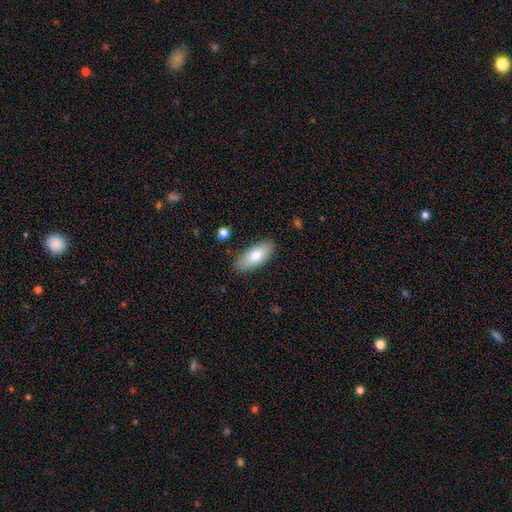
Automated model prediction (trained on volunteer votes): Smooth or featured?
  - smooth: 76% *
  - featured or disk: 18%
  - star or artifact: 6%
How rounded?
  - in between: 86% *
  - cigar-shaped: 12%
  - round: 2%
Merging?
  - none: 86% *
  - minor disturbance: 11%
  - major disturbance: 2%
  - merger: 1%